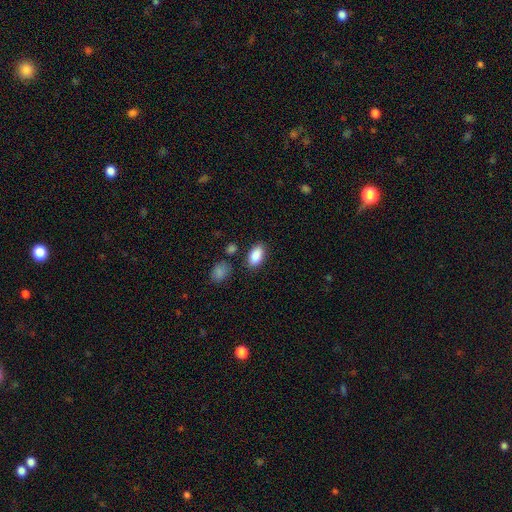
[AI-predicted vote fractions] Q: Smooth or featured?
A: smooth (88%); runner-up: star or artifact (7%)
Q: How rounded?
A: in between (93%); runner-up: round (4%)
Q: Merging?
A: none (80%); runner-up: minor disturbance (13%)